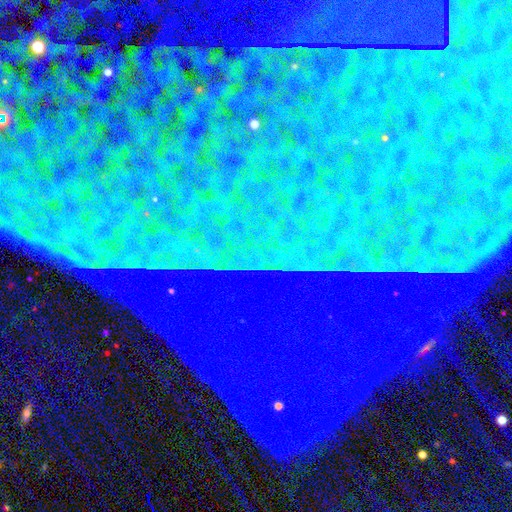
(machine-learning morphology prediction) smooth_or_featured: star or artifact (p=0.86) [alt: featured or disk p=0.08]